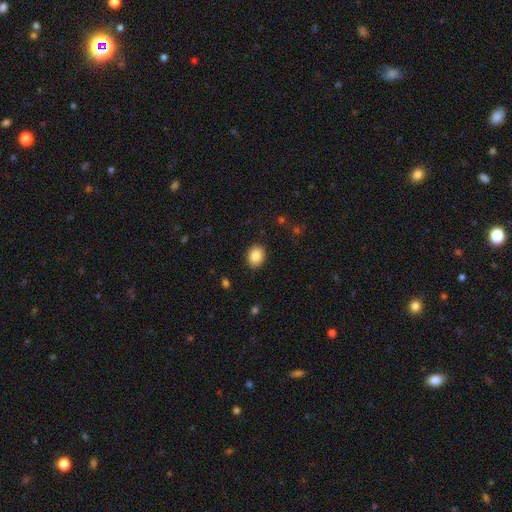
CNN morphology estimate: smooth-or-featured: smooth: 87% | star or artifact: 8% | featured or disk: 5%
  how-rounded: in between: 59% | round: 40% | cigar-shaped: 1%
  merging: none: 88% | minor disturbance: 9% | major disturbance: 2% | merger: 1%